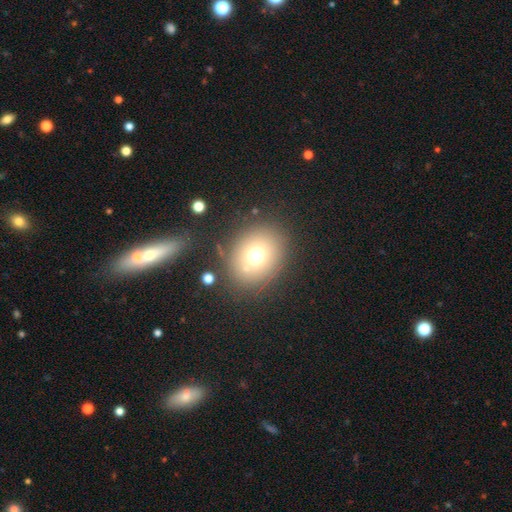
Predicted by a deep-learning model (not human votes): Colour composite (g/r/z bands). It shows a smooth galaxy with no disk features (70%) that is round (65%). Merging: none (79%).